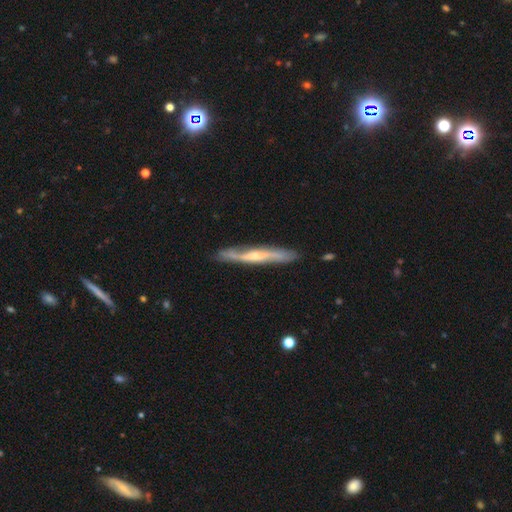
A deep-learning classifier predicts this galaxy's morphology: A featured or disk galaxy (73%) viewed edge-on (77%) with a rounded central bulge (67%). Merging: none (80%).